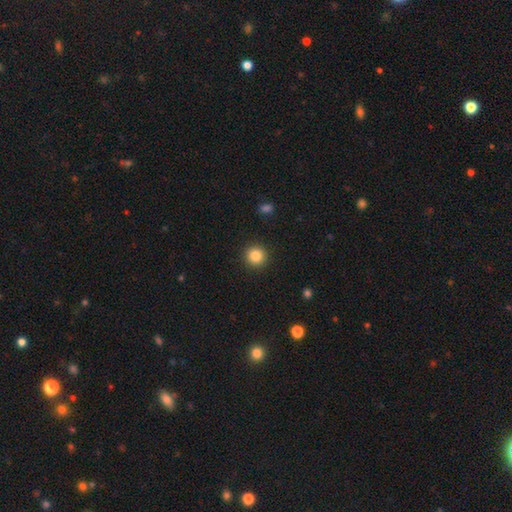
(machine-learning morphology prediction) Q: Smooth or featured?
A: smooth (85%); runner-up: star or artifact (10%)
Q: How rounded?
A: round (94%); runner-up: in between (5%)
Q: Merging?
A: none (92%); runner-up: minor disturbance (5%)